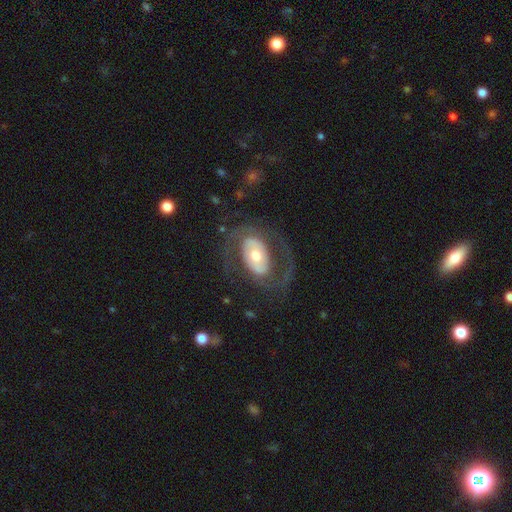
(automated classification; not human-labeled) Q: Smooth or featured?
A: featured or disk (76%); runner-up: smooth (18%)
Q: Edge-on disk?
A: no (95%); runner-up: yes (5%)
Q: Bar?
A: no (51%); runner-up: weak (29%)
Q: Spiral arms?
A: yes (77%); runner-up: no (23%)
Q: Spiral winding?
A: medium (45%); runner-up: tight (28%)
Q: Spiral arm count?
A: 2 (81%); runner-up: can't tell (9%)
Q: Bulge size?
A: moderate (60%); runner-up: small (26%)
Q: Merging?
A: none (66%); runner-up: major disturbance (19%)